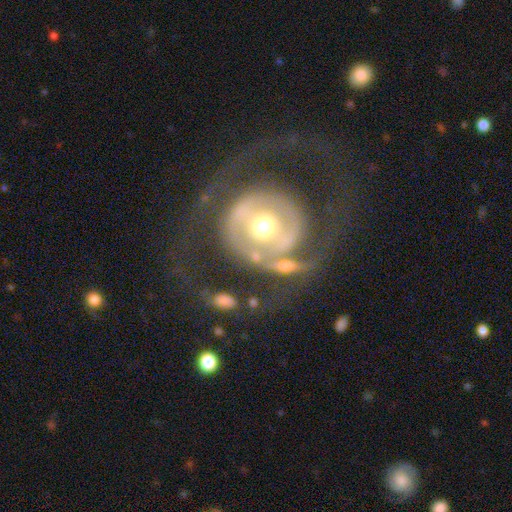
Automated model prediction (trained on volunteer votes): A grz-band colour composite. It shows a featured or disk galaxy (57%) with no bar (57%), spiral arms (53%) and a moderate central bulge (67%). Merging: none (48%).